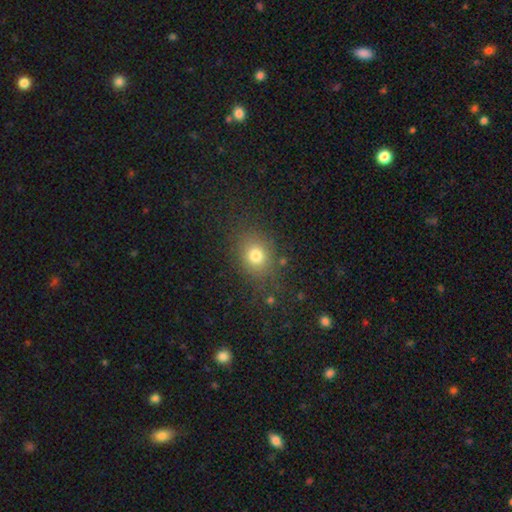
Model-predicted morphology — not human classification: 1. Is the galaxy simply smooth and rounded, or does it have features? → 76% smooth, 15% star or artifact, 9% featured or disk.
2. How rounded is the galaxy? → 61% round, 37% in between, 1% cigar-shaped.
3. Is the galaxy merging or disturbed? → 79% none, 12% minor disturbance, 6% major disturbance, 3% merger.